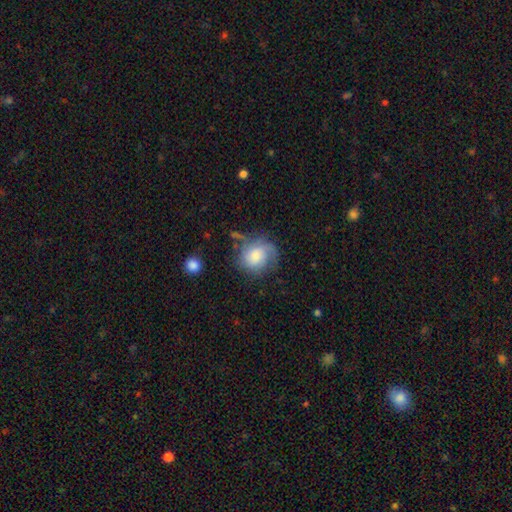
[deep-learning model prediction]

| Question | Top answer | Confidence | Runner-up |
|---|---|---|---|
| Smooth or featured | smooth | 54% | featured or disk (38%) |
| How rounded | round | 70% | in between (29%) |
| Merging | none | 50% | minor disturbance (27%) |